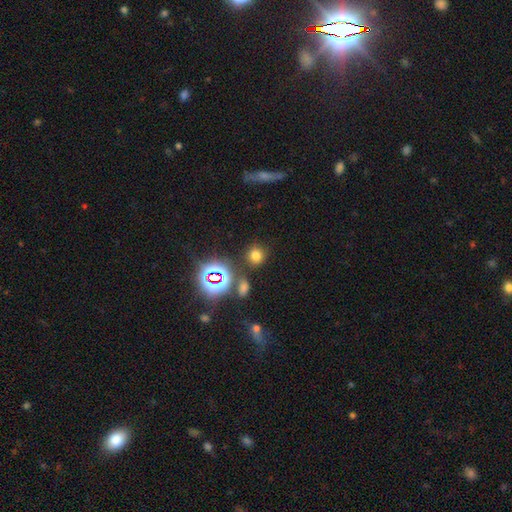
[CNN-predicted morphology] Smooth or featured: smooth — 68% (star or artifact — 25%)
How rounded: round — 84% (in between — 15%)
Merging: none — 82% (minor disturbance — 9%)